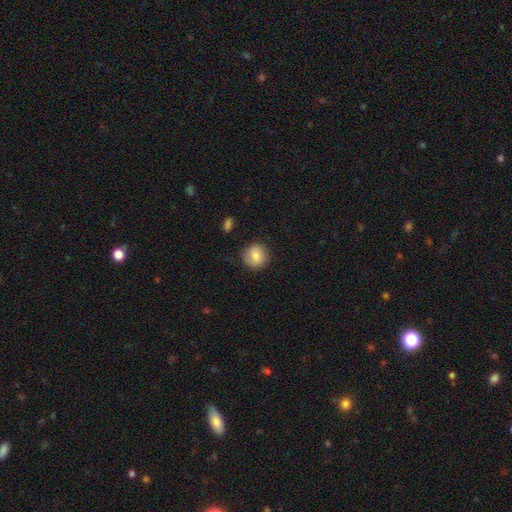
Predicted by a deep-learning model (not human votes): Smooth or featured: smooth — 82% (featured or disk — 10%)
How rounded: round — 90% (in between — 9%)
Merging: none — 85% (minor disturbance — 11%)